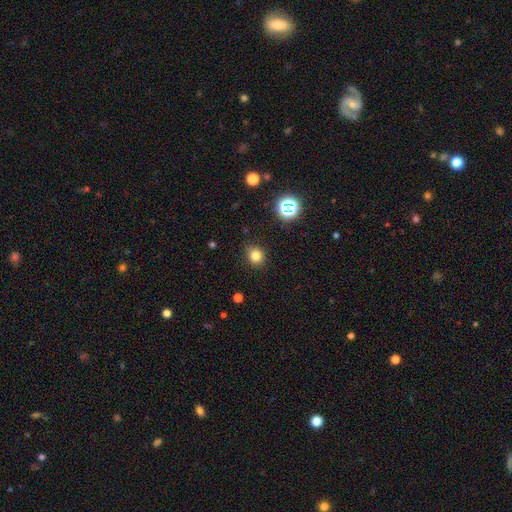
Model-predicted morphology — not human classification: Smooth or featured? smooth (79%)
How rounded? round (78%)
Merging? none (84%)